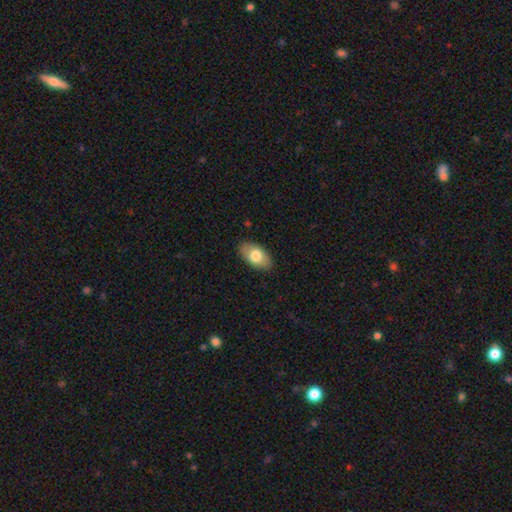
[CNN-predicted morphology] Q: Smooth or featured?
A: smooth (76%); runner-up: featured or disk (18%)
Q: How rounded?
A: in between (94%); runner-up: round (4%)
Q: Merging?
A: none (86%); runner-up: minor disturbance (11%)